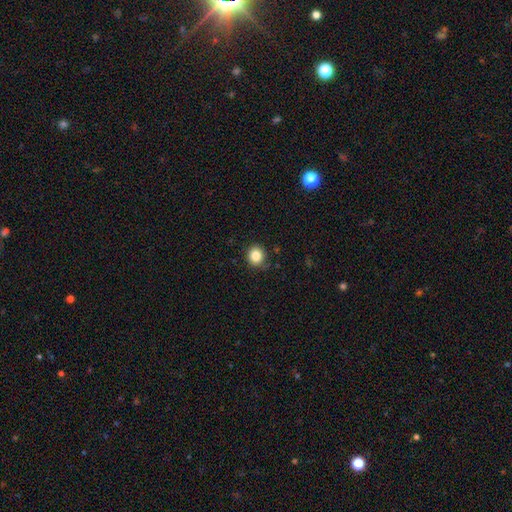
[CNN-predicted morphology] Overall: smooth (85%). How rounded: round (86%). Merging: none (86%).